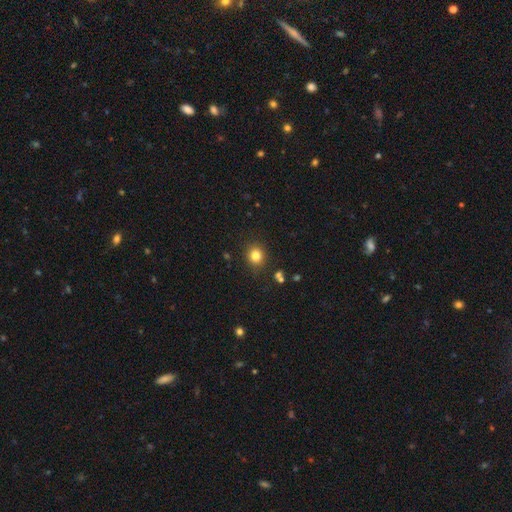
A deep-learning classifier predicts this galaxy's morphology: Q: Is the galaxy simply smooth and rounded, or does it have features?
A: smooth — 82%.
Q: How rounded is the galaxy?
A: round — 83%.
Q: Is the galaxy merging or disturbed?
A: none — 88%.